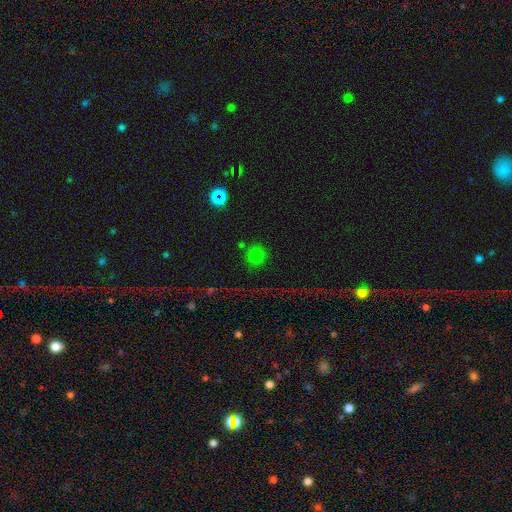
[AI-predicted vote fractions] Smooth or featured?
  - smooth: 71% *
  - star or artifact: 23%
  - featured or disk: 6%
How rounded?
  - round: 93% *
  - in between: 6%
  - cigar-shaped: 1%
Merging?
  - none: 81% *
  - minor disturbance: 9%
  - merger: 6%
  - major disturbance: 4%